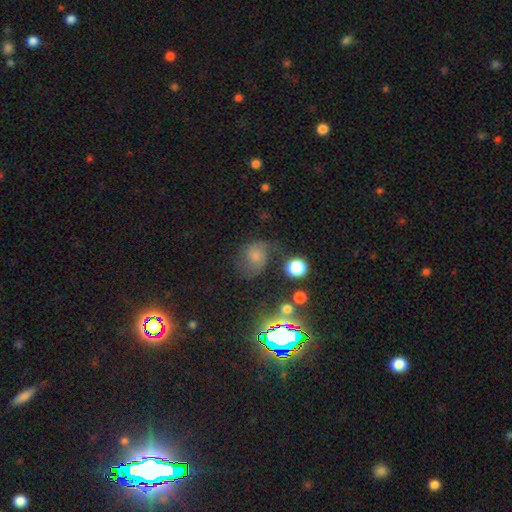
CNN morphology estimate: Smooth or featured? featured or disk (42%)
Merging? none (57%)